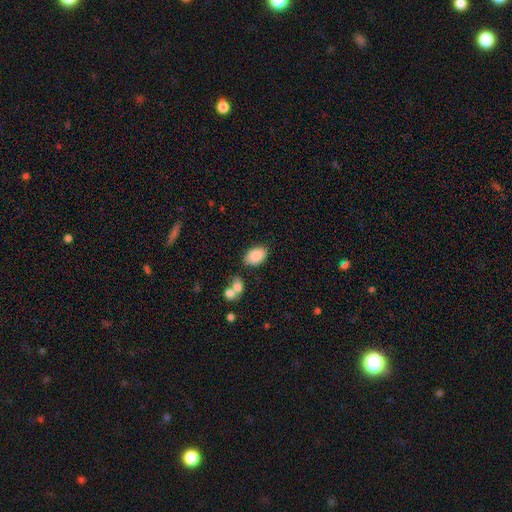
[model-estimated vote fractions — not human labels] smooth_or_featured: smooth (p=0.87) [alt: star or artifact p=0.07]
how_rounded: in between (p=0.91) [alt: round p=0.08]
merging: none (p=0.77) [alt: minor disturbance p=0.13]